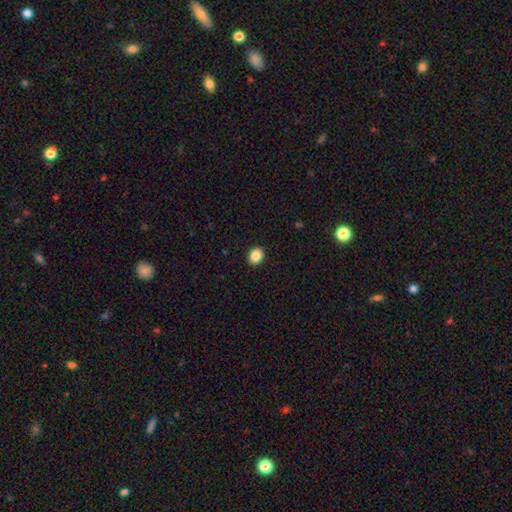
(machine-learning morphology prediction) smooth_or_featured: smooth (p=0.87) [alt: star or artifact p=0.09]
how_rounded: round (p=0.56) [alt: in between p=0.43]
merging: none (p=0.92) [alt: minor disturbance p=0.05]